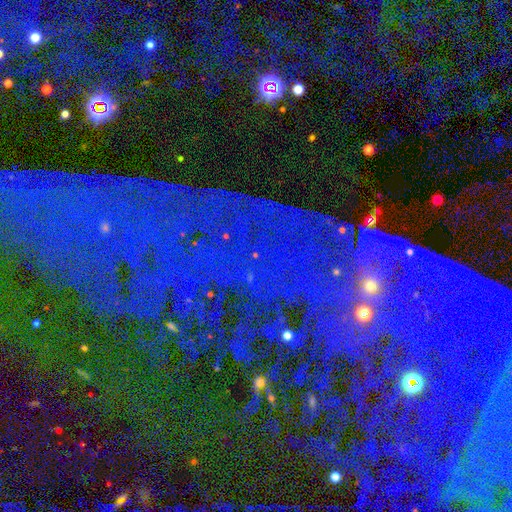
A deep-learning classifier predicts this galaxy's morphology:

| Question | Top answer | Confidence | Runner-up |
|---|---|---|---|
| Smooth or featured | star or artifact | 82% | featured or disk (9%) |